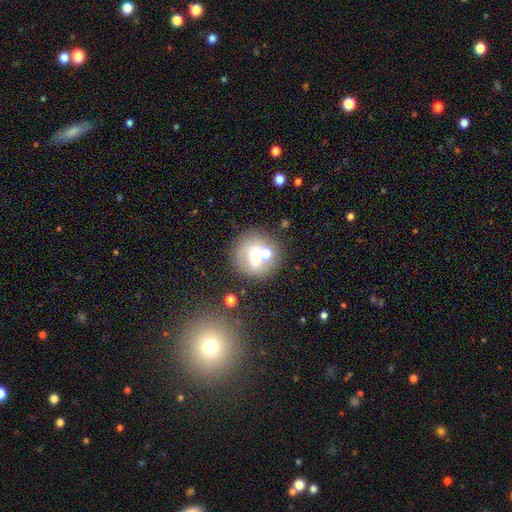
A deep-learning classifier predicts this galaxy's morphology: Smooth or featured: smooth — 52% (featured or disk — 34%)
How rounded: round — 89% (in between — 10%)
Merging: none — 61% (merger — 23%)